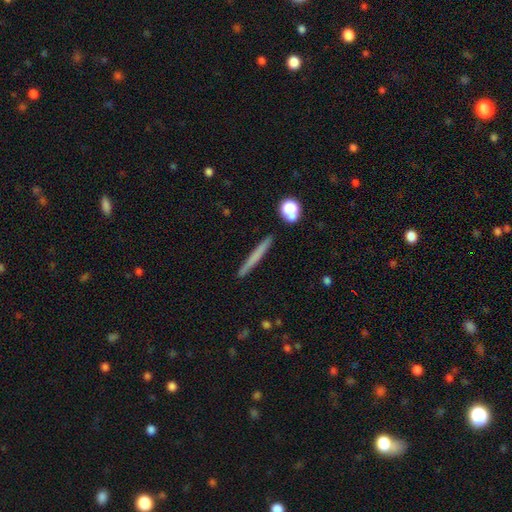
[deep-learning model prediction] Morphology: type=smooth (60%); roundness=cigar-shaped (96%); merging=none (91%).